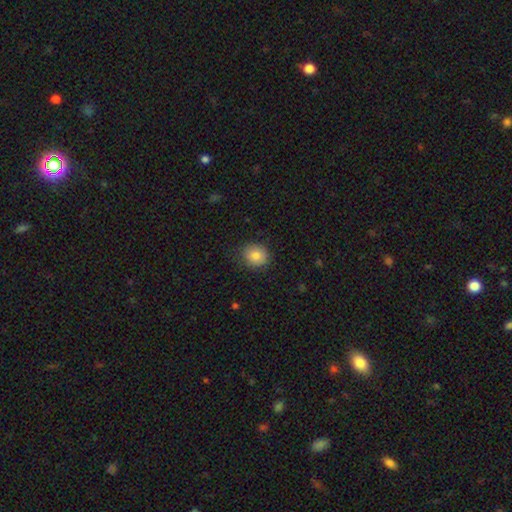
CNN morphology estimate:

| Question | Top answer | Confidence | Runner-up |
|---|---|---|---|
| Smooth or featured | smooth | 84% | star or artifact (9%) |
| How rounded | round | 73% | in between (26%) |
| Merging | none | 83% | minor disturbance (13%) |